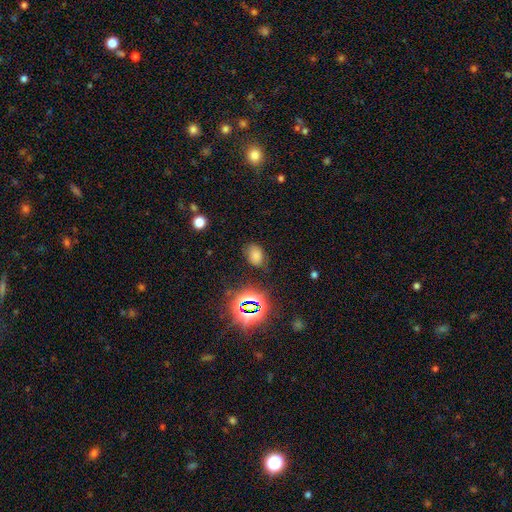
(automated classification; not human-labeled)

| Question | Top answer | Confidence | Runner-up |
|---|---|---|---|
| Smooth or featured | smooth | 67% | star or artifact (25%) |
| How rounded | in between | 79% | round (20%) |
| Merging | none | 74% | minor disturbance (18%) |